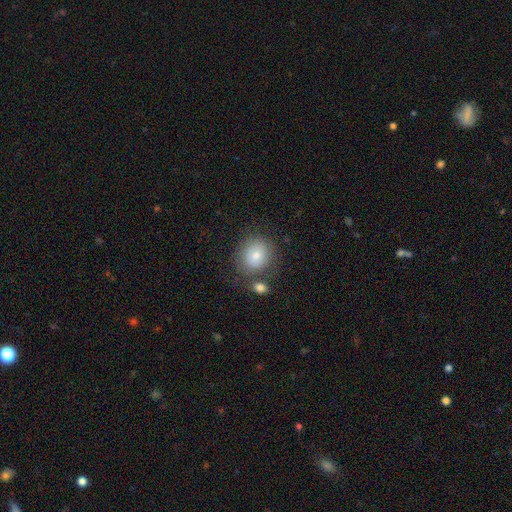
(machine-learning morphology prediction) smooth-or-featured: smooth: 77% | featured or disk: 14% | star or artifact: 9%
  how-rounded: round: 84% | in between: 15% | cigar-shaped: 1%
  merging: none: 70% | minor disturbance: 13% | merger: 11% | major disturbance: 5%